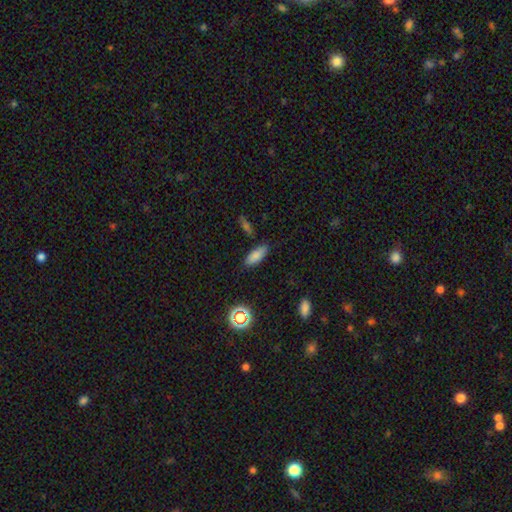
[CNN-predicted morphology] Overall: smooth (82%). How rounded: in between (78%). Merging: none (84%).